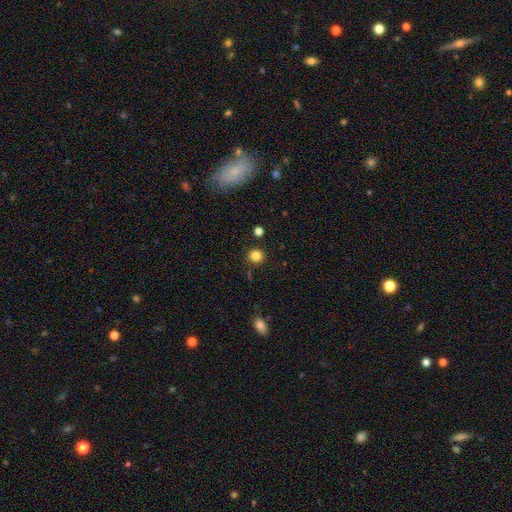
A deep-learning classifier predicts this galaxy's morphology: Overall: smooth (82%). How rounded: round (92%). Merging: none (87%).